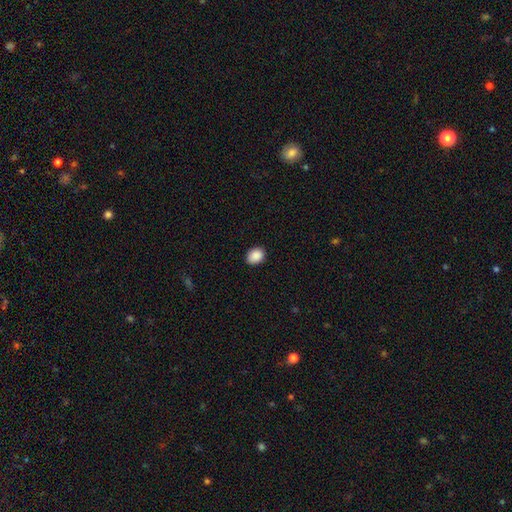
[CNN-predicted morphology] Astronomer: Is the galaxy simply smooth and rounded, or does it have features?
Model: smooth — 90%.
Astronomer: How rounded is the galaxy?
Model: in between — 56% (runner-up: round, 43%).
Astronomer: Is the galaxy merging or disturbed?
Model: none — 88%.